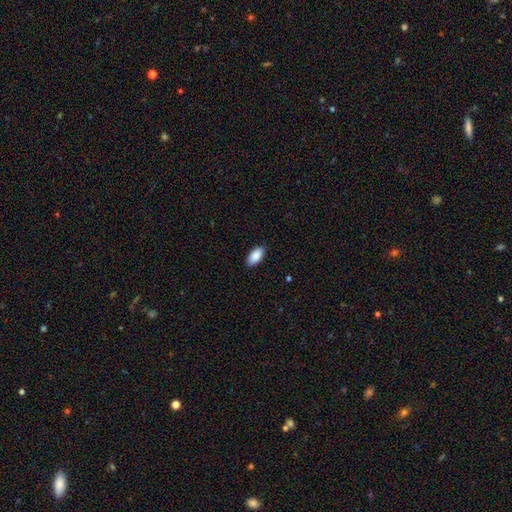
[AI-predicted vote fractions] smooth 90%, star or artifact 6%, featured or disk 4%. Down the decision tree: how rounded — in between (94%); merging — none (89%).